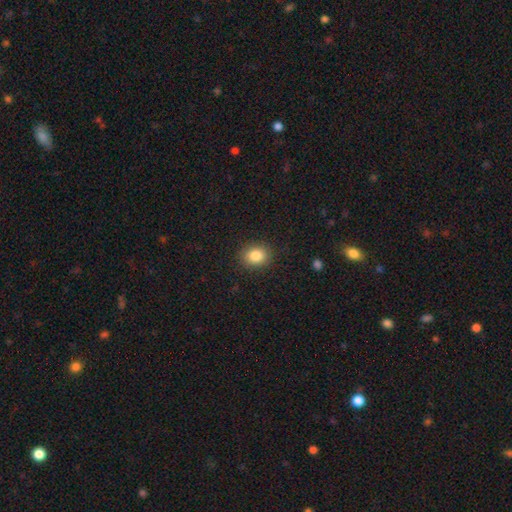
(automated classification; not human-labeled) Overall: smooth (85%). How rounded: round (58%; in between 42%). Merging: none (88%).